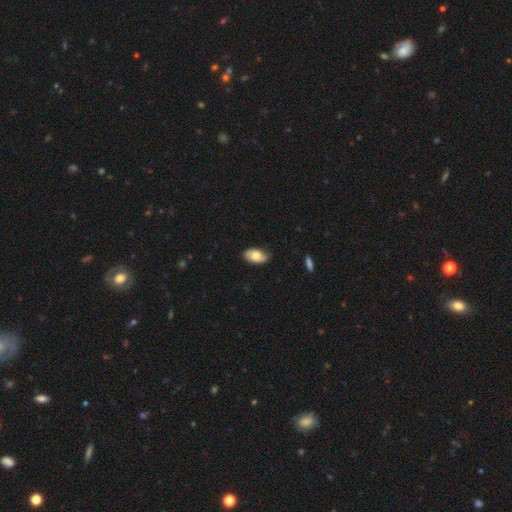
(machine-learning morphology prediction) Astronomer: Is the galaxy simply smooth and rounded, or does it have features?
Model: smooth — 74%.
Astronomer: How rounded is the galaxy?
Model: in between — 94%.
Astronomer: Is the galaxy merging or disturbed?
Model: none — 78%.